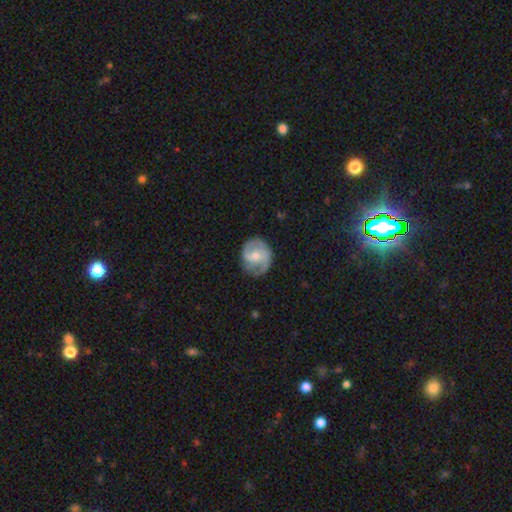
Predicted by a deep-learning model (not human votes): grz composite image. It shows a featured or disk galaxy (77%) with no bar (50%), 2 (71%) medium (49%) spiral arms (94%) and a small central bulge (48%). Merging: none (72%).